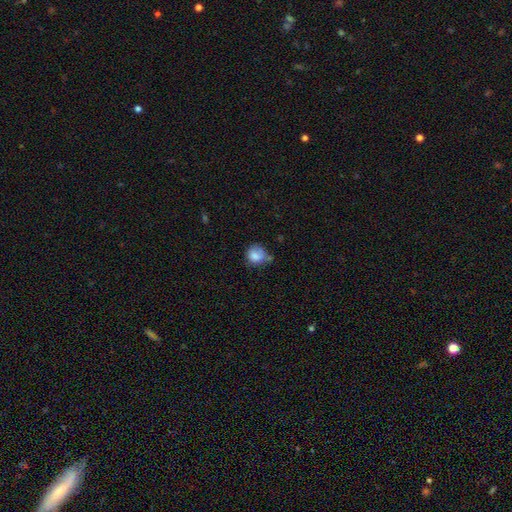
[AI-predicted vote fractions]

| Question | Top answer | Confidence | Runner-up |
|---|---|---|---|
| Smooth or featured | smooth | 78% | featured or disk (13%) |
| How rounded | round | 69% | in between (30%) |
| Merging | none | 40% | minor disturbance (33%) |